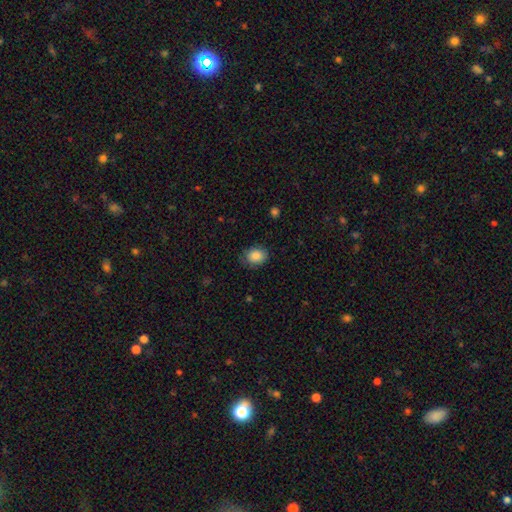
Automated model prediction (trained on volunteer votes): Smooth or featured: smooth — 87% (star or artifact — 8%)
How rounded: in between — 58% (round — 42%)
Merging: none — 76% (minor disturbance — 19%)